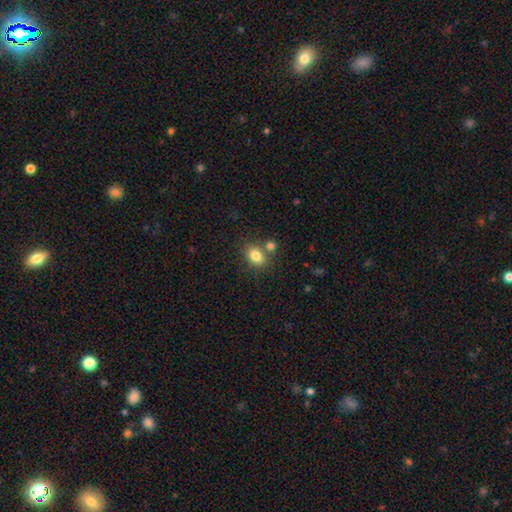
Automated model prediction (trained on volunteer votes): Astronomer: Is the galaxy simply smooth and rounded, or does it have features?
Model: smooth — 82%.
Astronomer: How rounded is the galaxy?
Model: in between — 62% (runner-up: round, 37%).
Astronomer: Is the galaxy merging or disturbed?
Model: none — 63%.